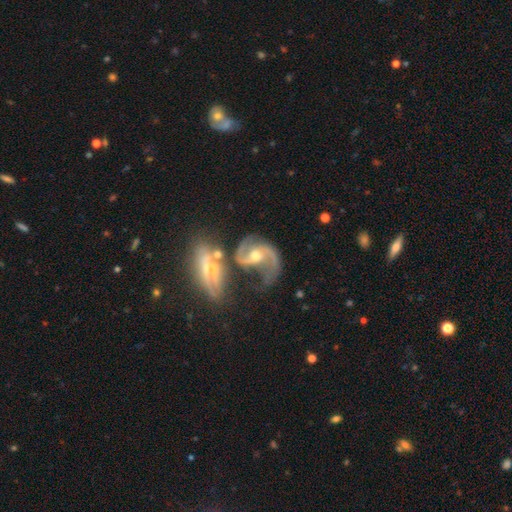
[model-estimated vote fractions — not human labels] A featured or disk galaxy (88%) with no bar (45%), 2 (85%) medium (49%) spiral arms (96%) and a moderate central bulge (63%). Merging: none (37%).